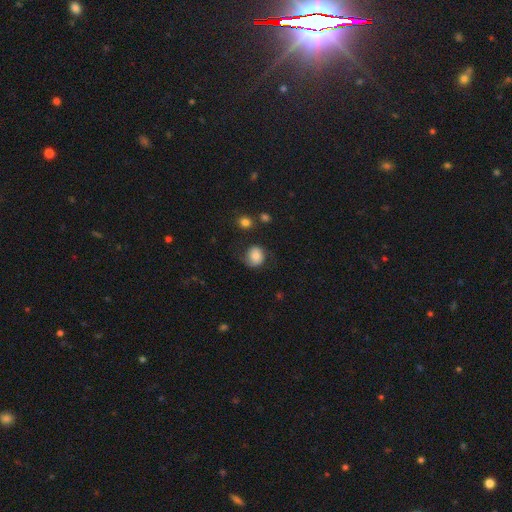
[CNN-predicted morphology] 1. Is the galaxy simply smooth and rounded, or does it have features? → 73% smooth, 18% featured or disk, 9% star or artifact.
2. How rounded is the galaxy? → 79% round, 20% in between, 1% cigar-shaped.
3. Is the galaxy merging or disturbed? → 65% none, 22% minor disturbance, 10% major disturbance, 2% merger.